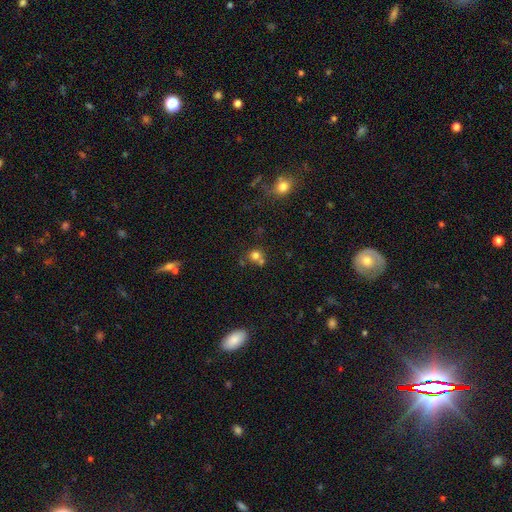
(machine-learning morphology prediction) type=smooth (74%); roundness=round (86%); merging=none (50%).